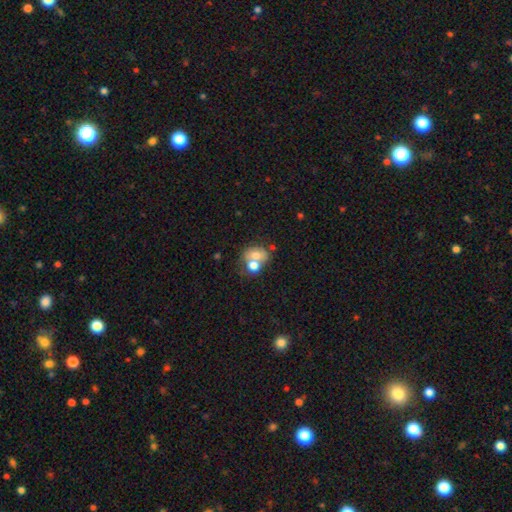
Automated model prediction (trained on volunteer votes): Overall: smooth (63%; featured or disk 27%). How rounded: in between (50%; round 49%). Merging: merger (57%; none 28%).